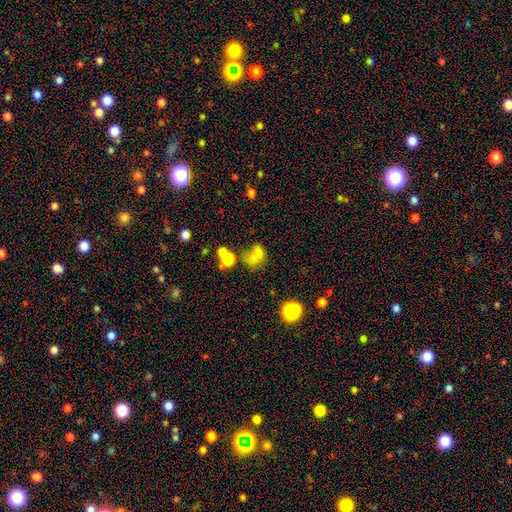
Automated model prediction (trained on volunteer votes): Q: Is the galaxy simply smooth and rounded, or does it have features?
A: smooth — 61%.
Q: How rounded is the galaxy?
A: in between — 50%.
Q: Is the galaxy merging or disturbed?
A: merger — 36%.